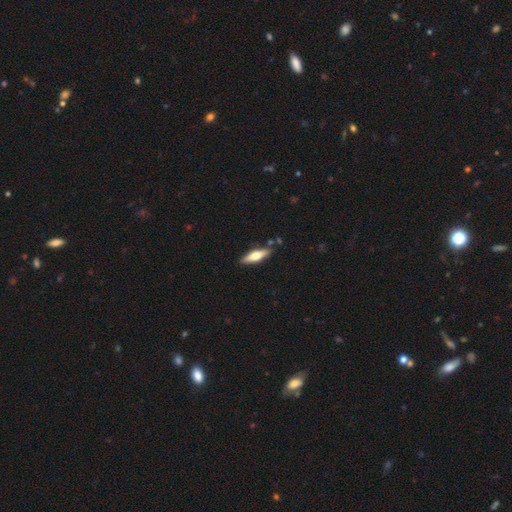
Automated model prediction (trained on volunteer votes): Smooth or featured?
  - featured or disk: 49% *
  - smooth: 45%
  - star or artifact: 5%
Merging?
  - none: 86% *
  - minor disturbance: 10%
  - merger: 3%
  - major disturbance: 2%